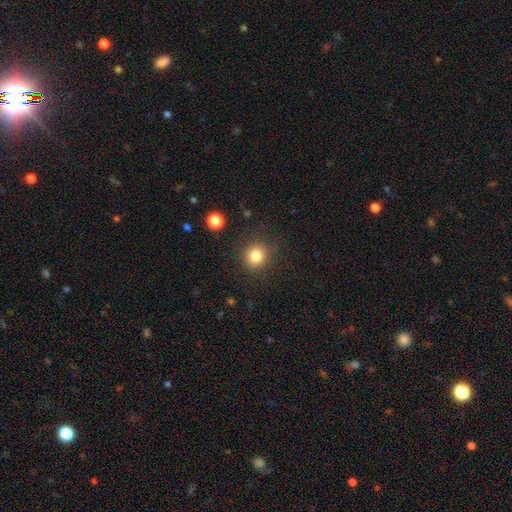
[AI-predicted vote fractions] A smooth galaxy with no disk features (83%) that is round (85%).

Vote fractions:
- Smooth or featured? smooth: 83% / star or artifact: 11% / featured or disk: 6%
- How rounded? round: 85% / in between: 14% / cigar-shaped: 1%
- Merging? none: 86% / minor disturbance: 9% / major disturbance: 4% / merger: 2%